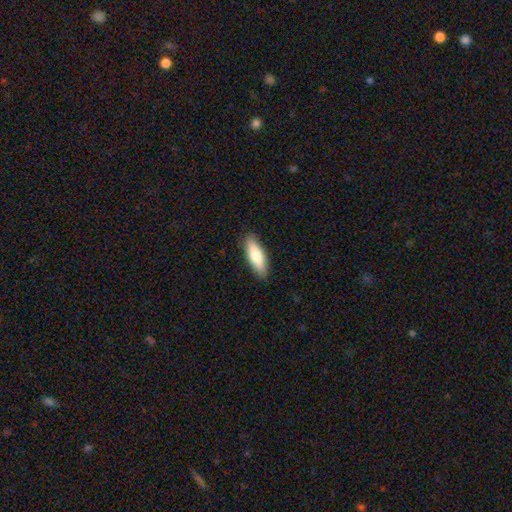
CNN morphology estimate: smooth-or-featured: smooth: 76% | featured or disk: 18% | star or artifact: 6%
  how-rounded: in between: 55% | cigar-shaped: 43% | round: 2%
  merging: none: 89% | minor disturbance: 9% | major disturbance: 2% | merger: 1%